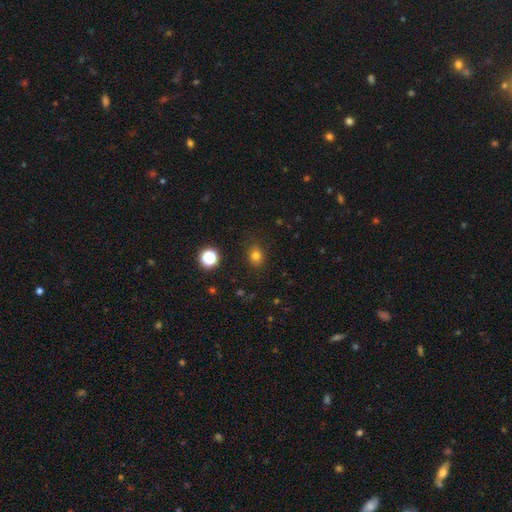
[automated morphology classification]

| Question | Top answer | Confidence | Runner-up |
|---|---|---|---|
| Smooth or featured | smooth | 78% | star or artifact (16%) |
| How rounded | round | 67% | in between (32%) |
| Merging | none | 85% | minor disturbance (10%) |